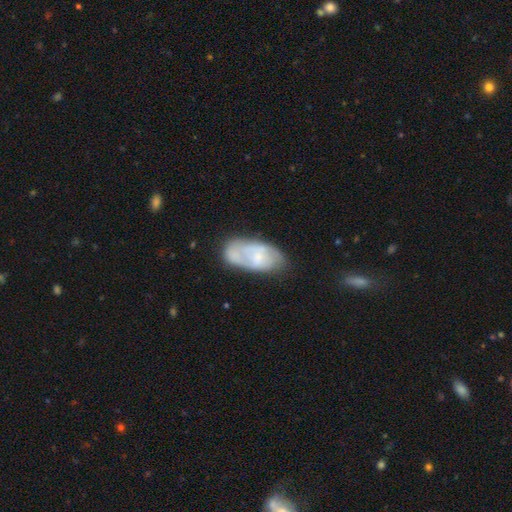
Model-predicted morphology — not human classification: A featured or disk galaxy (50%). Merging: none (54%).